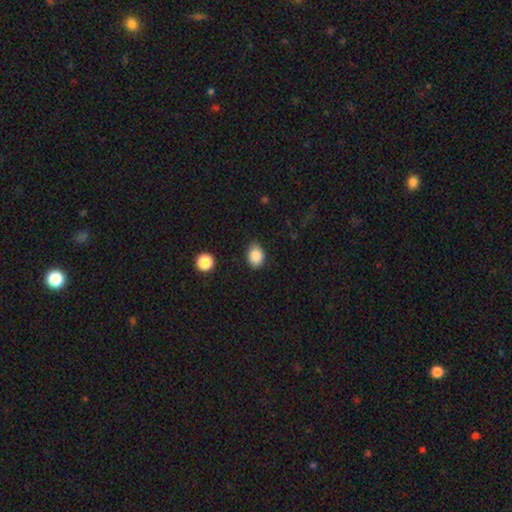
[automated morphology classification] This appears to be a smooth galaxy with no disk features (88%) that is in between round and cigar-shaped (65%). Merging: none (78%).